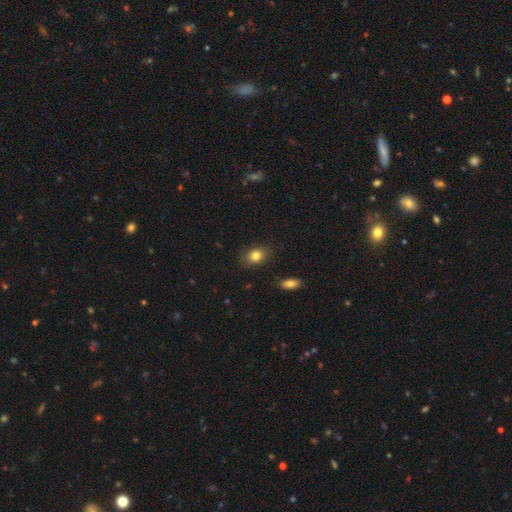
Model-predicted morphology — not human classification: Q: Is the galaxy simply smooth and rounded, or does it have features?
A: smooth — 83%.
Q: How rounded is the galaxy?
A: in between — 64%.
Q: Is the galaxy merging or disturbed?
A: none — 83%.